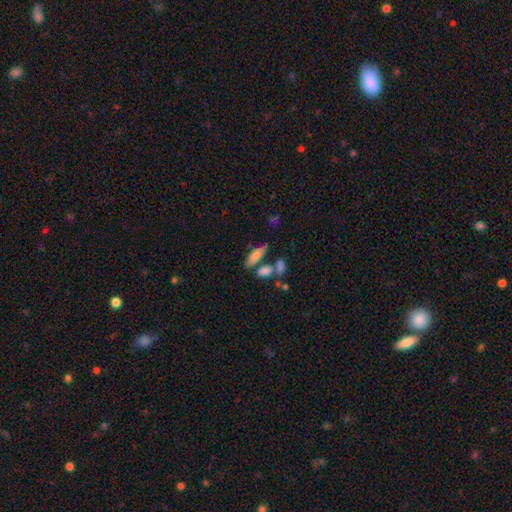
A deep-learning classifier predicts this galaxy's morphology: smooth_or_featured: smooth (p=0.79) [alt: featured or disk p=0.13]
how_rounded: in between (p=0.64) [alt: cigar-shaped p=0.32]
merging: none (p=0.55) [alt: merger p=0.26]